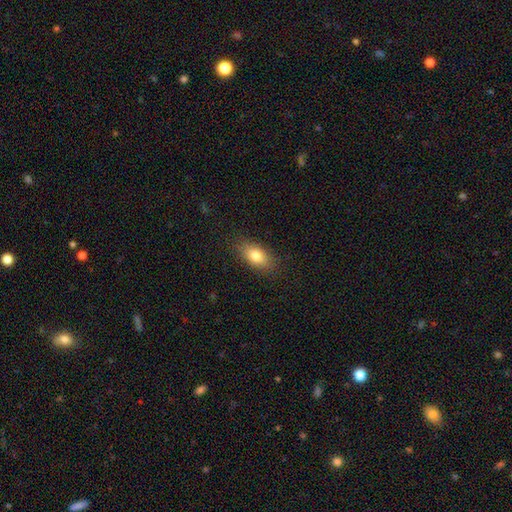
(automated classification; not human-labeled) This is likely a smooth galaxy (80%). How rounded: clearly in between (85%). Merging: clearly none (85%).